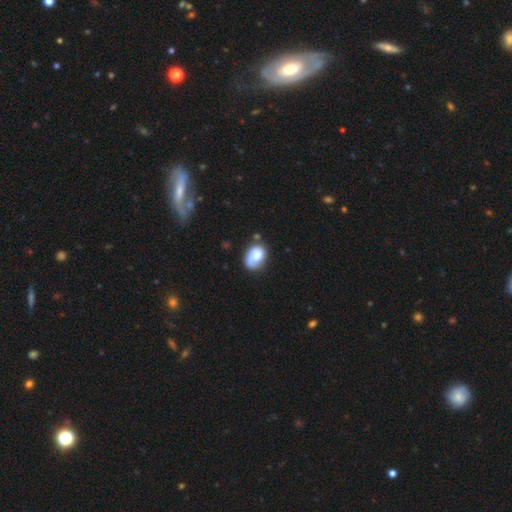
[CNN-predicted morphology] A smooth galaxy with no disk features (63%) that is in between round and cigar-shaped (79%). Merging: none (58%).